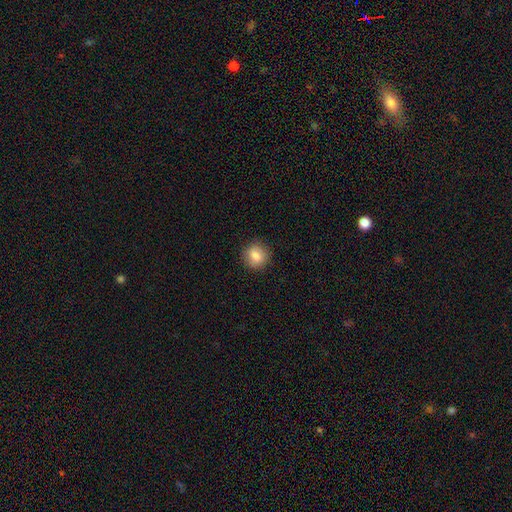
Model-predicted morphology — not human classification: Smooth or featured?
  - smooth: 84% *
  - star or artifact: 9%
  - featured or disk: 7%
How rounded?
  - round: 87% *
  - in between: 12%
  - cigar-shaped: 1%
Merging?
  - none: 89% *
  - minor disturbance: 8%
  - major disturbance: 2%
  - merger: 1%